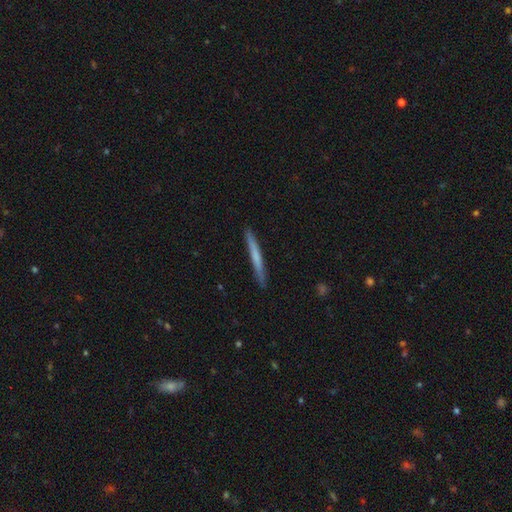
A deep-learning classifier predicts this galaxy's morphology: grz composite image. It shows a smooth galaxy with no disk features (58%) that is cigar-shaped (97%). Merging: none (90%).